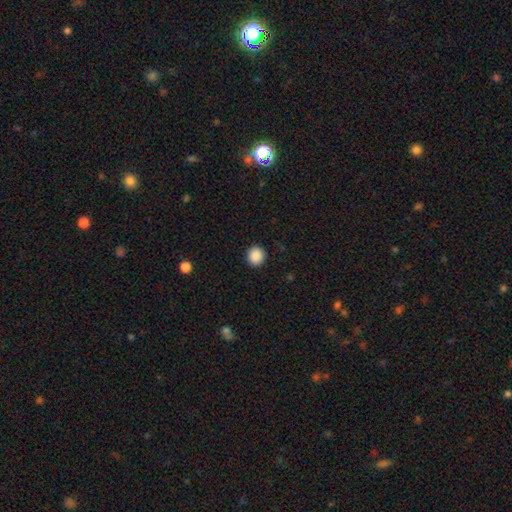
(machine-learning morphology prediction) Q: Smooth or featured?
A: smooth (89%); runner-up: star or artifact (8%)
Q: How rounded?
A: round (90%); runner-up: in between (9%)
Q: Merging?
A: none (92%); runner-up: minor disturbance (5%)